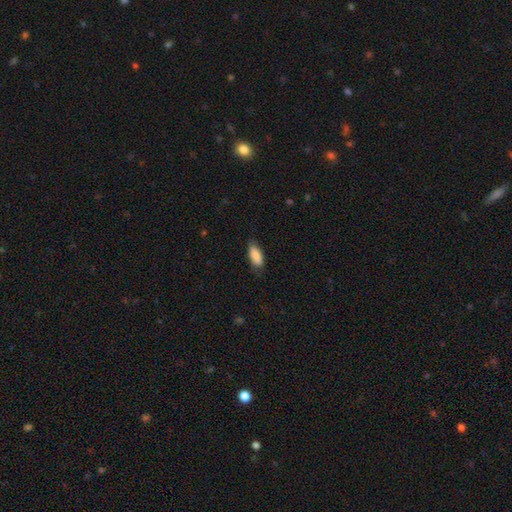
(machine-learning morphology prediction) Smooth or featured? Predicted: smooth (p=0.87). How rounded? Predicted: in between (p=0.82). Merging? Predicted: none (p=0.75).